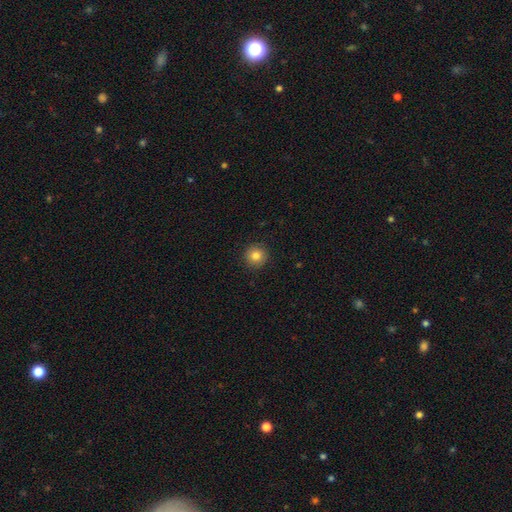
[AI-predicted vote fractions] Q: Smooth or featured?
A: smooth (82%); runner-up: star or artifact (10%)
Q: How rounded?
A: round (95%); runner-up: in between (4%)
Q: Merging?
A: none (91%); runner-up: minor disturbance (6%)